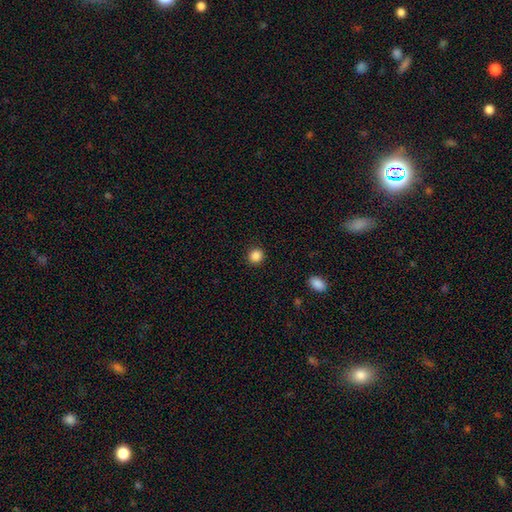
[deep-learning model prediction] A smooth galaxy with no disk features (87%) that is round (88%).

Vote fractions:
- Smooth or featured? smooth: 87% / star or artifact: 10% / featured or disk: 3%
- How rounded? round: 88% / in between: 11% / cigar-shaped: 1%
- Merging? none: 91% / minor disturbance: 6% / major disturbance: 2% / merger: 1%